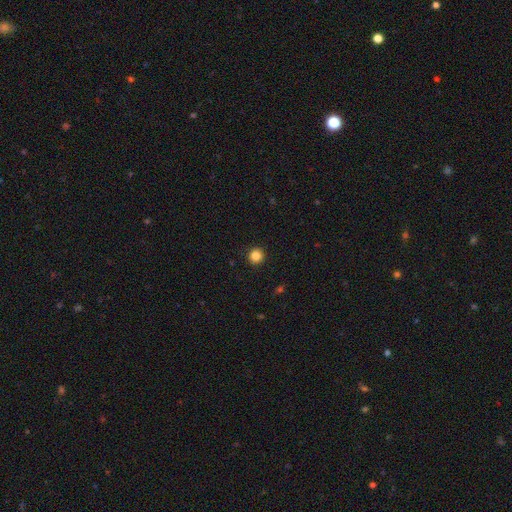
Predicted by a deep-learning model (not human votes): Q: Smooth or featured?
A: smooth (84%); runner-up: star or artifact (11%)
Q: How rounded?
A: round (96%); runner-up: in between (3%)
Q: Merging?
A: none (93%); runner-up: minor disturbance (4%)